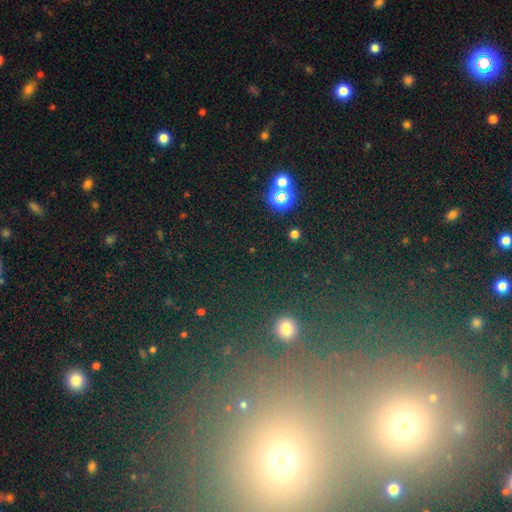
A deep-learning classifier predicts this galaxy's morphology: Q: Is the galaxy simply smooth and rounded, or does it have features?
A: star or artifact — 59%.